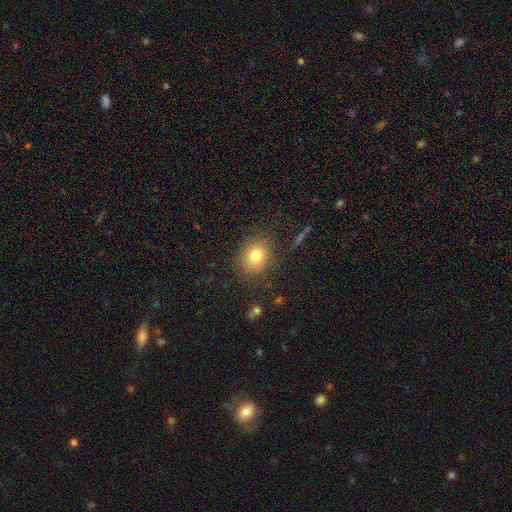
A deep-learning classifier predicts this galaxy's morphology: Smooth or featured? Predicted: smooth (p=0.78). How rounded? Predicted: round (p=0.61). Merging? Predicted: none (p=0.83).